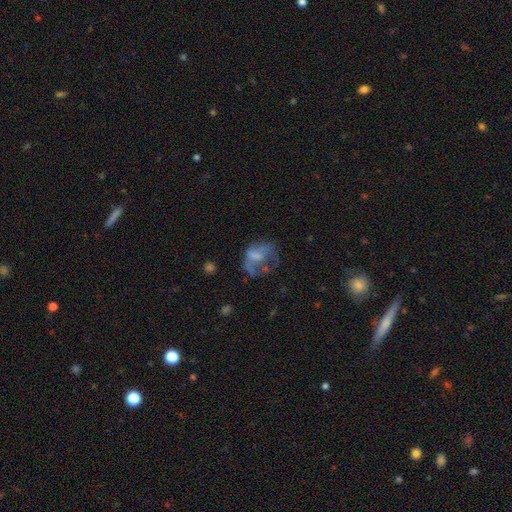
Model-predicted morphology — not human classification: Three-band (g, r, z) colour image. It shows a smooth galaxy with no disk features (45%). Merging: major disturbance (45%).